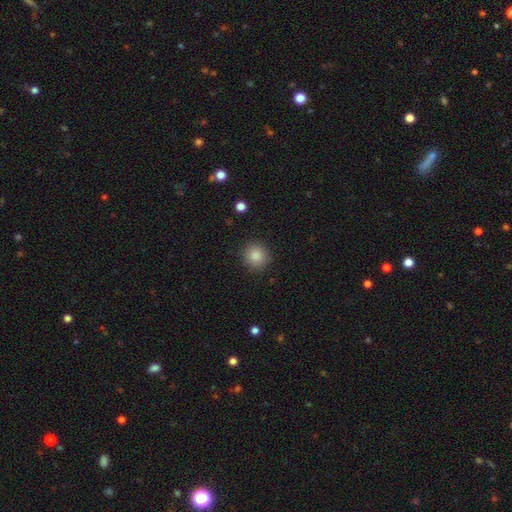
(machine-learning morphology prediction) smooth_or_featured: smooth (p=0.86) [alt: star or artifact p=0.09]
how_rounded: round (p=0.92) [alt: in between p=0.07]
merging: none (p=0.90) [alt: minor disturbance p=0.07]